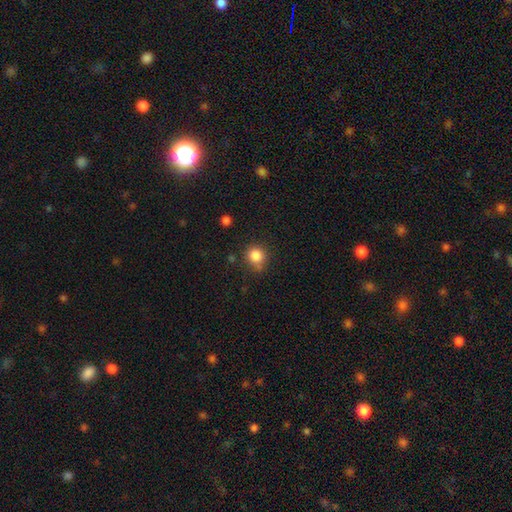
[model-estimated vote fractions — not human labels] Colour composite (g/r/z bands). It shows a smooth galaxy with no disk features (84%) that is round (85%). Merging: none (68%).